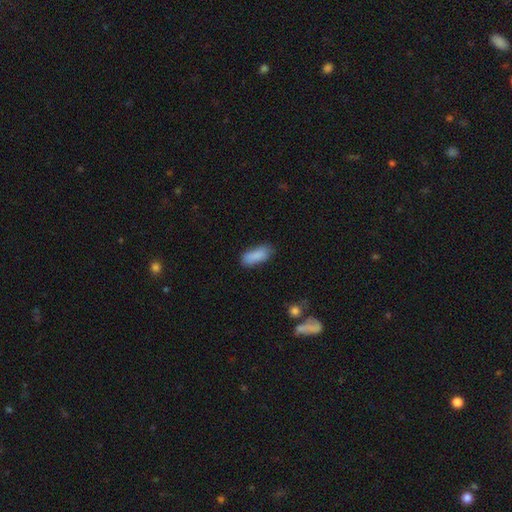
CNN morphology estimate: A smooth galaxy with no disk features (87%) that is in between round and cigar-shaped (77%). Merging: none (72%).